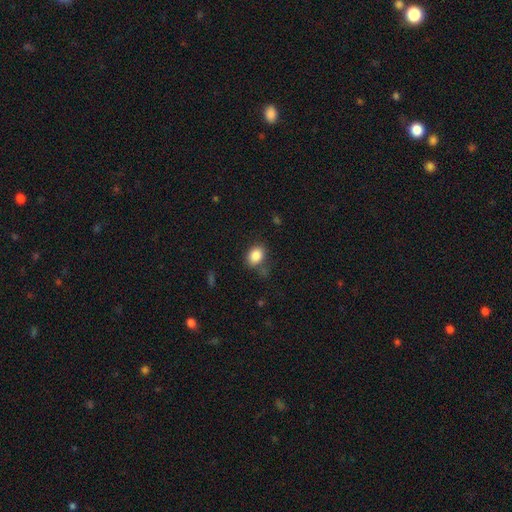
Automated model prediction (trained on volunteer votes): Q: Smooth or featured?
A: smooth (85%); runner-up: star or artifact (9%)
Q: How rounded?
A: in between (61%); runner-up: round (38%)
Q: Merging?
A: none (71%); runner-up: minor disturbance (18%)